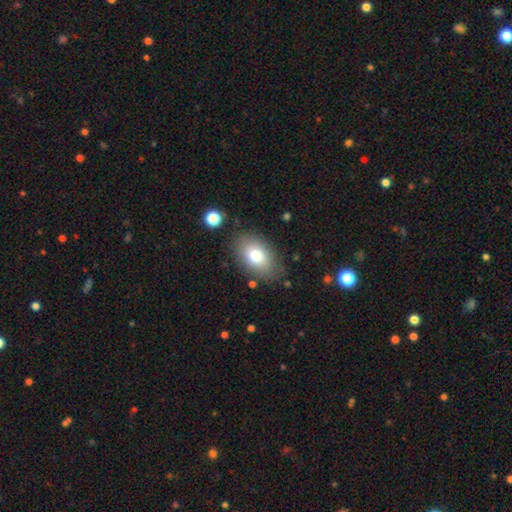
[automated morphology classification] A smooth galaxy with no disk features (76%) that is in between round and cigar-shaped (87%). Merging: none (79%).